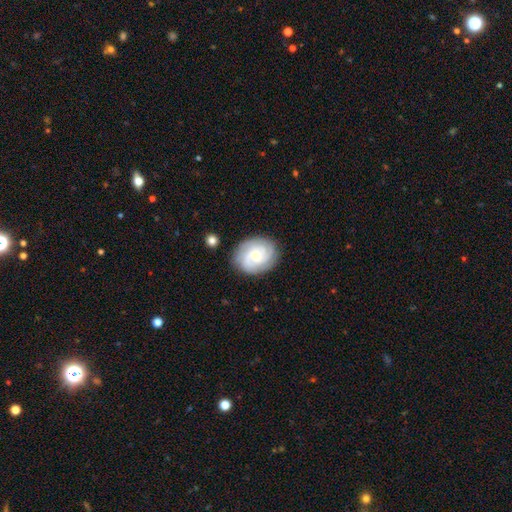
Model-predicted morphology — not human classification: smooth-or-featured: featured or disk: 76% | smooth: 18% | star or artifact: 6%
  disk-edge-on: no: 98% | yes: 2%
    bar: no: 66% | weak: 29% | strong: 5%
    has-spiral-arms: yes: 95% | no: 5%
      spiral-winding: tight: 66% | medium: 28% | loose: 6%
      spiral-arm-count: 3: 37% | can't tell: 23% | 2: 19% | 4: 13% | 1: 4% | more than 4: 4%
    bulge-size: small: 57% | moderate: 38% | large: 2% | none: 2% | dominant: 1%
  merging: none: 81% | minor disturbance: 13% | major disturbance: 4% | merger: 2%